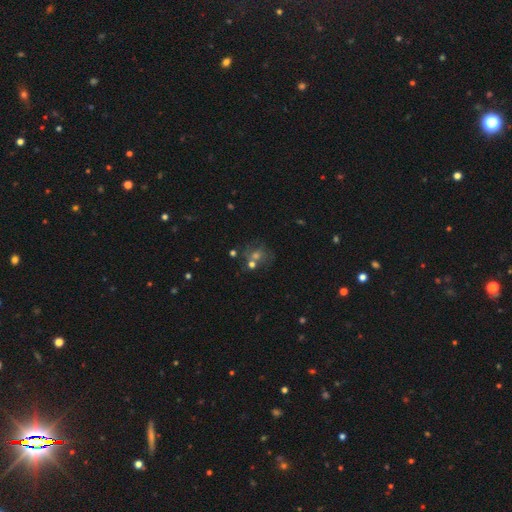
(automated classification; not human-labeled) The model was most divided on "smooth or featured": smooth: 38%, star or artifact: 31%, featured or disk: 31%. More confident: merging — none (56%).